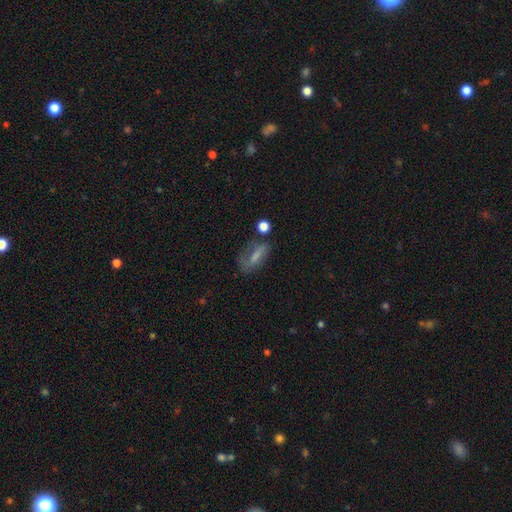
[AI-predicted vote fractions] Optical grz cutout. It shows a smooth galaxy with no disk features (51%) that is in between round and cigar-shaped (66%). Merging: none (43%).